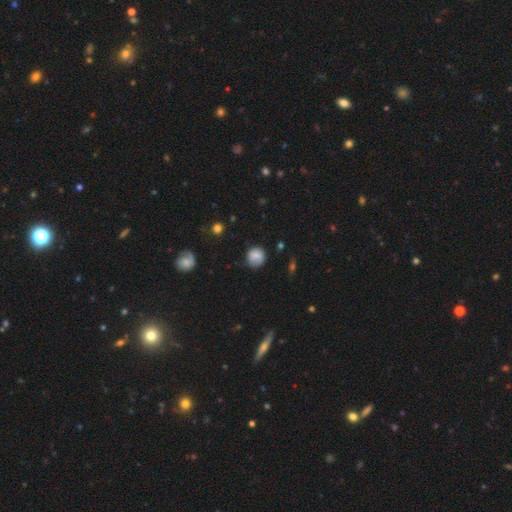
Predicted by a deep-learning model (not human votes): The model was most divided on "merging": none: 68%, minor disturbance: 23%, major disturbance: 7%, merger: 2%. More confident: how rounded — round (84%); smooth or featured — smooth (77%).